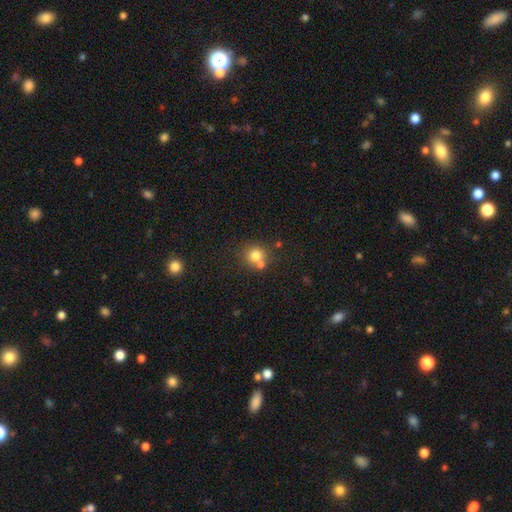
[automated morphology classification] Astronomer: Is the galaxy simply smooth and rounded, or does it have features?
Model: smooth — 77%.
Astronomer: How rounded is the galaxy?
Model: round — 87%.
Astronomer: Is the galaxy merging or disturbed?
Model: none — 55% (runner-up: merger, 34%).